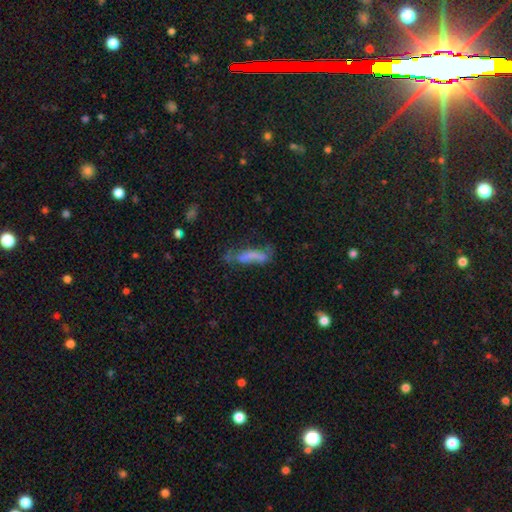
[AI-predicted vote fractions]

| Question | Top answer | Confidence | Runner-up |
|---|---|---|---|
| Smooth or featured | smooth | 49% | featured or disk (35%) |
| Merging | none | 39% | minor disturbance (26%) |